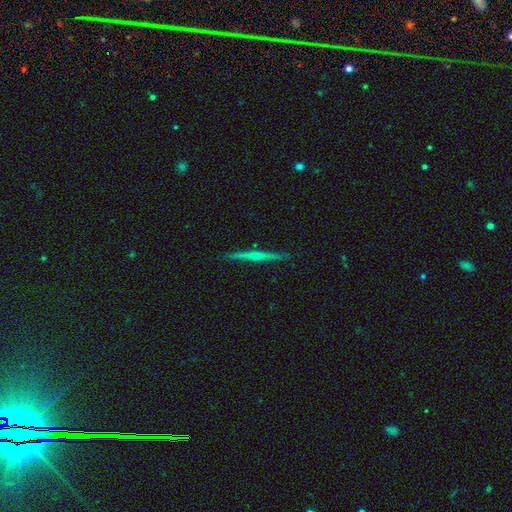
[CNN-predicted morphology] featured or disk 75%, smooth 19%, star or artifact 7%. Down the decision tree: edge-on disk — yes (98%); edge-on bulge — rounded (70%); merging — none (91%).